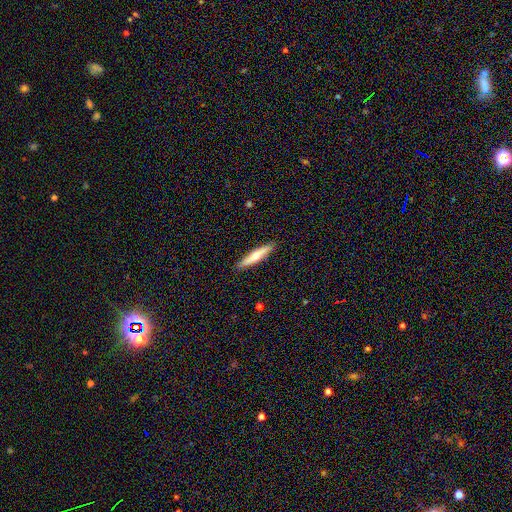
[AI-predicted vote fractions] Smooth or featured?
  - smooth: 60% *
  - featured or disk: 34%
  - star or artifact: 6%
How rounded?
  - cigar-shaped: 89% *
  - in between: 9%
  - round: 1%
Merging?
  - none: 90% *
  - minor disturbance: 8%
  - major disturbance: 1%
  - merger: 1%